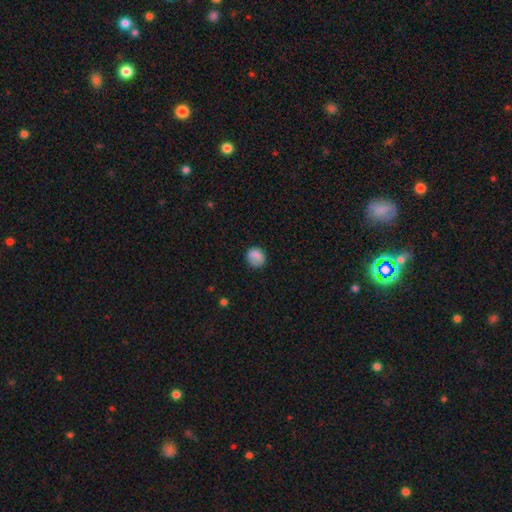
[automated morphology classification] The model was most divided on "how rounded": round: 74%, in between: 25%, cigar-shaped: 1%. More confident: smooth or featured — smooth (82%); merging — none (78%).